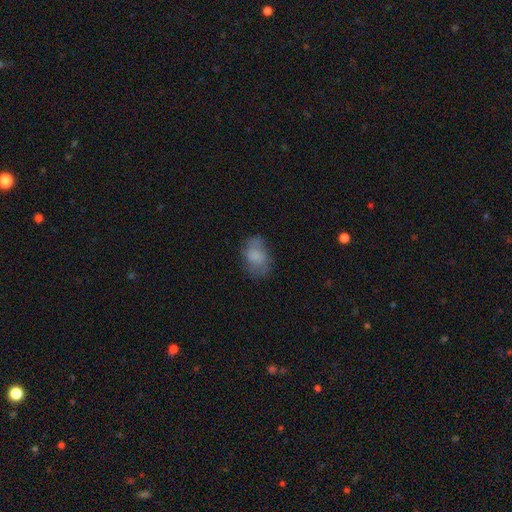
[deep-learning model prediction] This is likely a smooth galaxy (72%). How rounded: clearly in between (81%). Merging: possibly none (60%).